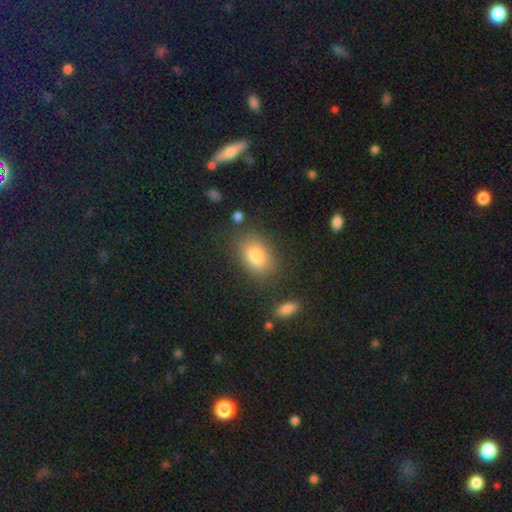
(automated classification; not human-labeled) smooth 82%, featured or disk 9%, star or artifact 9%. Down the decision tree: how rounded — in between (84%); merging — none (79%).